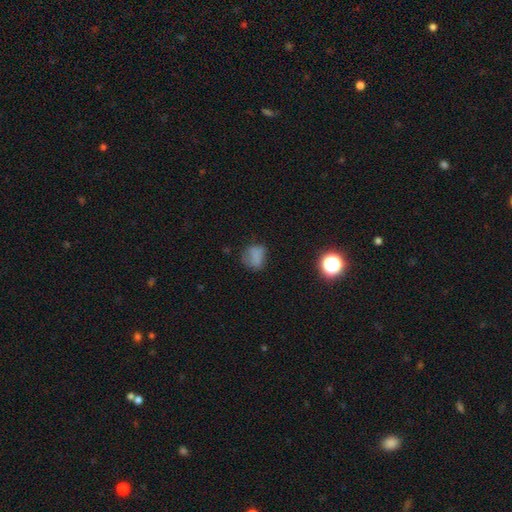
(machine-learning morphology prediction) Smooth or featured?
  - smooth: 71% *
  - star or artifact: 17%
  - featured or disk: 12%
How rounded?
  - round: 51% *
  - in between: 47%
  - cigar-shaped: 2%
Merging?
  - none: 55% *
  - minor disturbance: 28%
  - major disturbance: 15%
  - merger: 3%